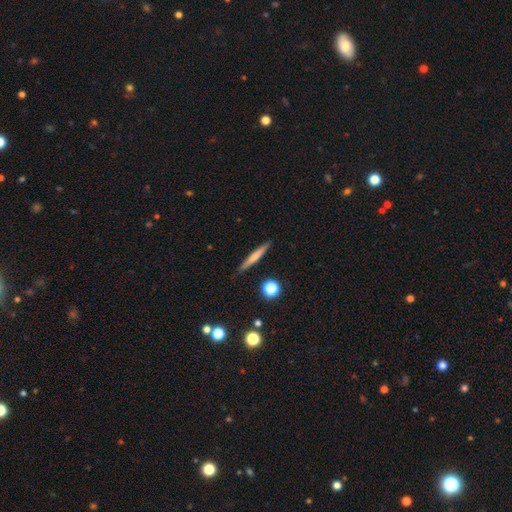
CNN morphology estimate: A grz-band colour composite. It shows a smooth galaxy with no disk features (60%) that is cigar-shaped (94%). Merging: none (89%).